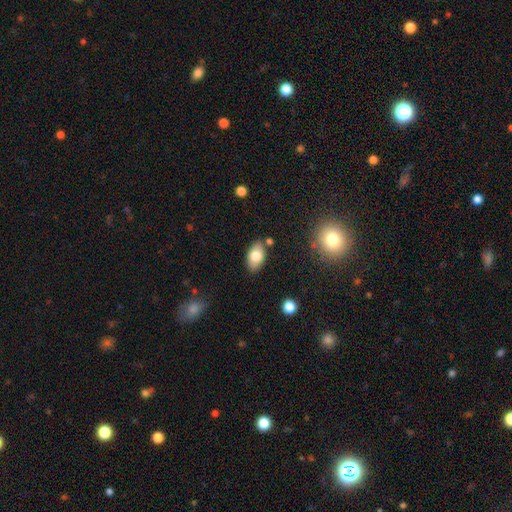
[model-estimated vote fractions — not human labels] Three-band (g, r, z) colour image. It shows a smooth galaxy with no disk features (78%) that is in between round and cigar-shaped (92%). Merging: none (81%).